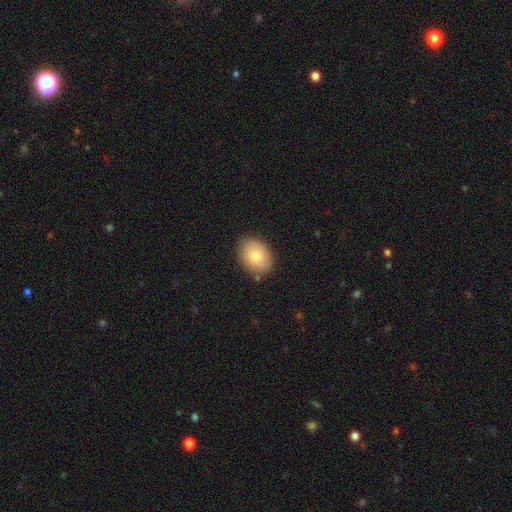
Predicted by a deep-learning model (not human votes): This is clearly a smooth galaxy (80%). How rounded: likely in between (66%). Merging: clearly none (83%).